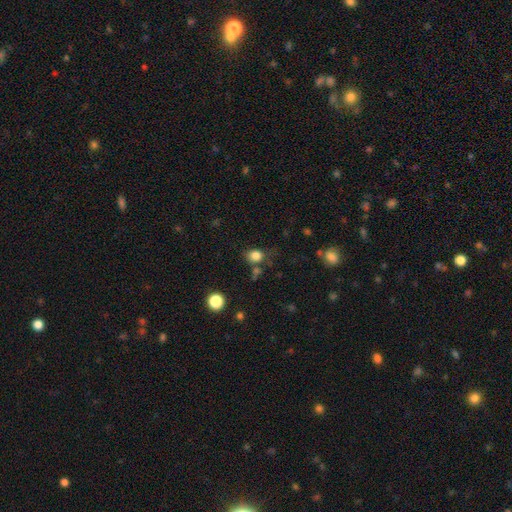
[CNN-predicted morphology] Smooth or featured? smooth (81%)
How rounded? round (60%)
Merging? none (63%)